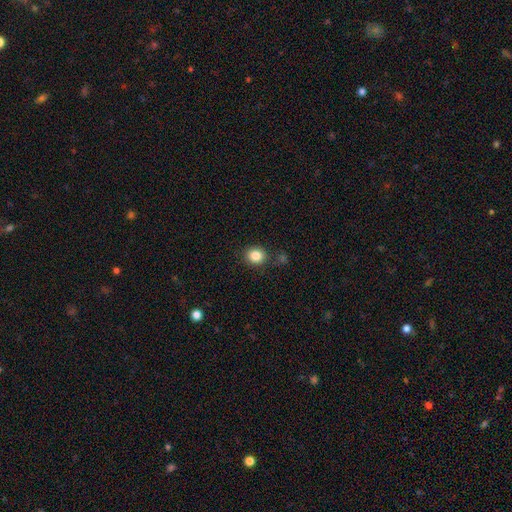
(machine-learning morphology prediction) This is clearly a smooth galaxy (84%). How rounded: likely round (78%). Merging: clearly none (83%).